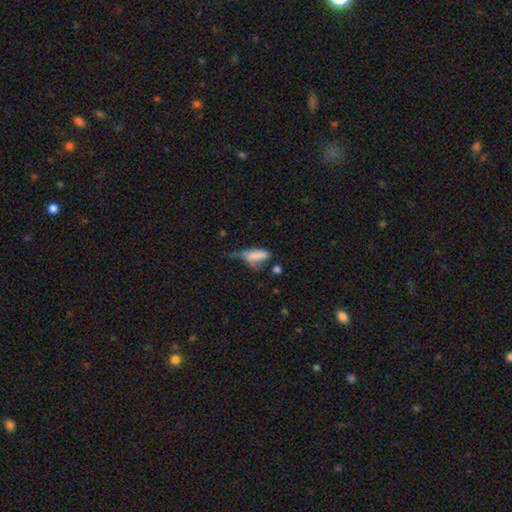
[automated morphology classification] Smooth or featured: smooth — 69% (featured or disk — 20%)
How rounded: in between — 69% (cigar-shaped — 27%)
Merging: major disturbance — 37% (minor disturbance — 27%)